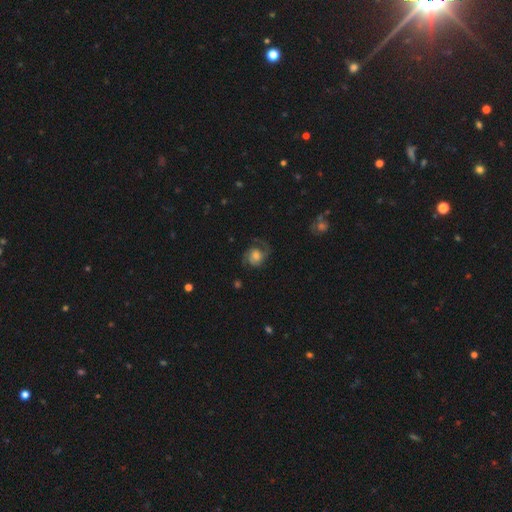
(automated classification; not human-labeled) Smooth or featured: featured or disk — 60% (smooth — 31%)
Edge-on disk: no — 97% (yes — 3%)
Bar: no — 71% (weak — 25%)
Spiral arms: yes — 88% (no — 12%)
Spiral winding: medium — 45% (loose — 32%)
Spiral arm count: 2 — 56% (1 — 24%)
Bulge size: moderate — 46% (small — 23%)
Merging: none — 55% (major disturbance — 24%)